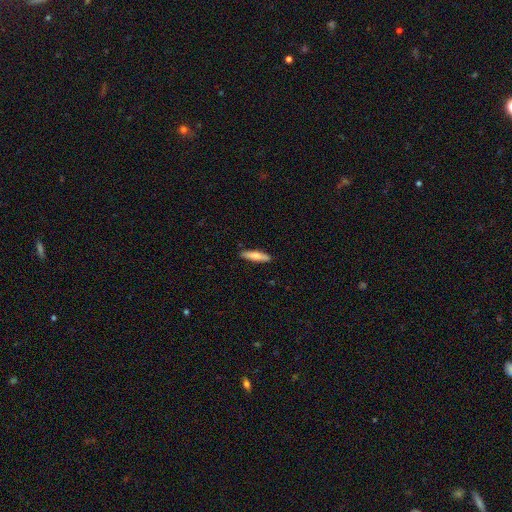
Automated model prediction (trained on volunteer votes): smooth_or_featured: smooth (p=0.73) [alt: featured or disk p=0.21]
how_rounded: cigar-shaped (p=0.80) [alt: in between p=0.18]
merging: none (p=0.89) [alt: minor disturbance p=0.08]